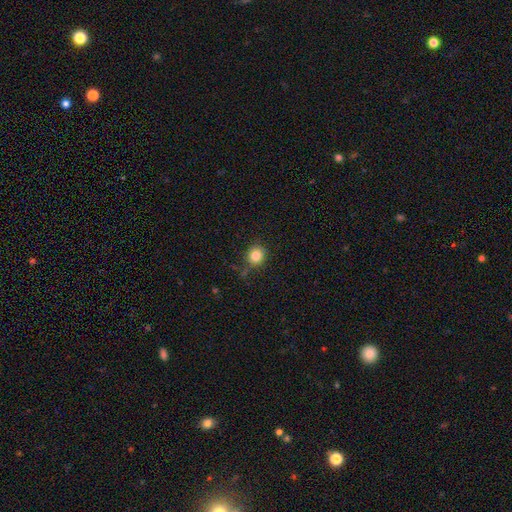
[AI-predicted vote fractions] Overall: smooth (83%). How rounded: round (84%). Merging: none (81%).